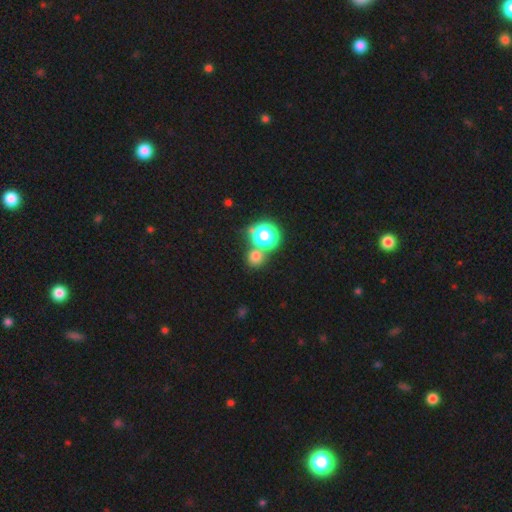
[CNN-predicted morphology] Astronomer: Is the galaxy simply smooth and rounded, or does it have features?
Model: smooth — 68%.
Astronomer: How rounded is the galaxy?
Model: round — 88%.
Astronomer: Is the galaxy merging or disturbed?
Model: none — 65%.